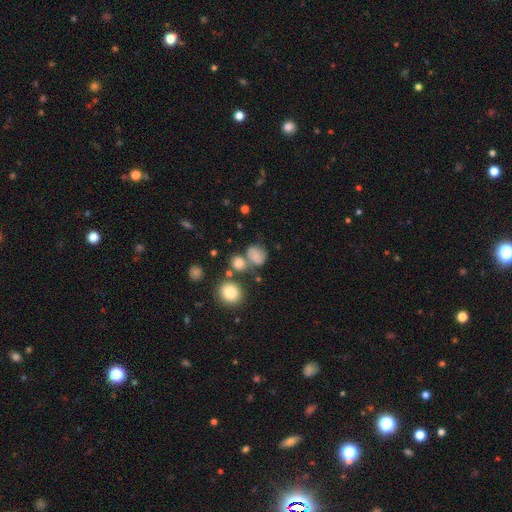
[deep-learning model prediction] Smooth or featured? smooth (70%)
How rounded? round (61%)
Merging? none (48%)